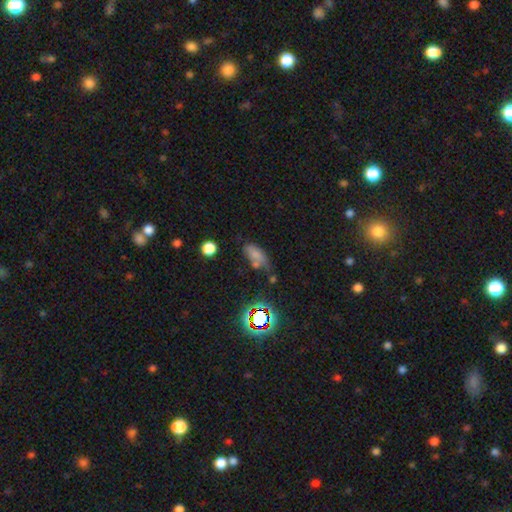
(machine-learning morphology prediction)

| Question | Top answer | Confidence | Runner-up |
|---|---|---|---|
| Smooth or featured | smooth | 67% | star or artifact (19%) |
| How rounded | in between | 85% | cigar-shaped (9%) |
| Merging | none | 50% | minor disturbance (26%) |